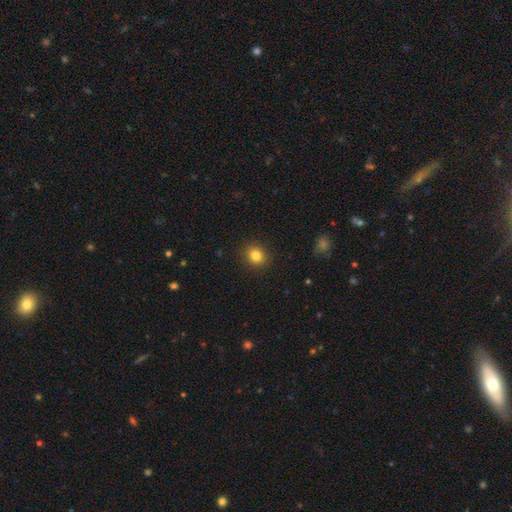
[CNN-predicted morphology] smooth_or_featured: smooth (p=0.83) [alt: star or artifact p=0.11]
how_rounded: round (p=0.78) [alt: in between p=0.21]
merging: none (p=0.90) [alt: minor disturbance p=0.07]